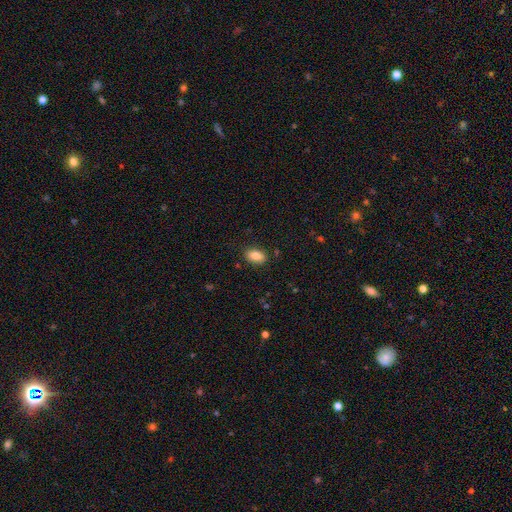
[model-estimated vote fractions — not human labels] Morphology: type=smooth (85%); roundness=in between (89%); merging=none (86%).